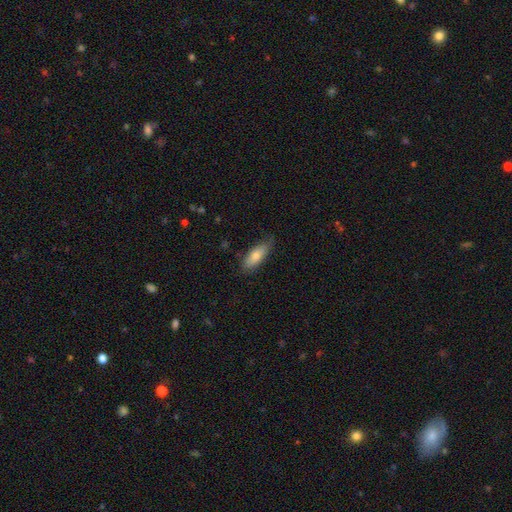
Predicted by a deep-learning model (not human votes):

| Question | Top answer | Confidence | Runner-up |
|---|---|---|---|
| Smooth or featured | smooth | 74% | featured or disk (19%) |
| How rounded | in between | 61% | cigar-shaped (37%) |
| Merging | none | 75% | minor disturbance (20%) |